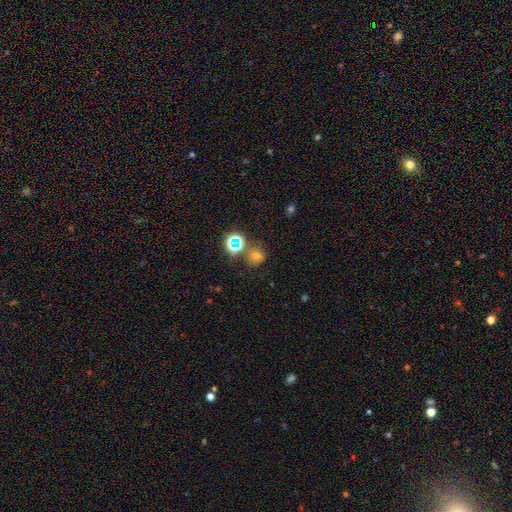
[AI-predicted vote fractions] Overall: smooth (47%; star or artifact 43%). Merging: none (70%).